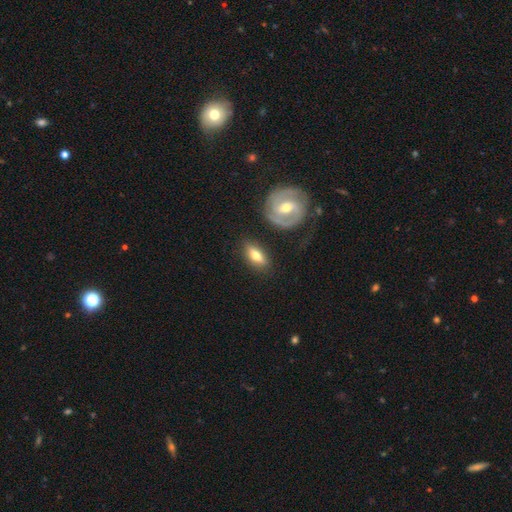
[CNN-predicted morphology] A smooth galaxy with no disk features (61%) that is in between round and cigar-shaped (71%). Merging: none (80%).